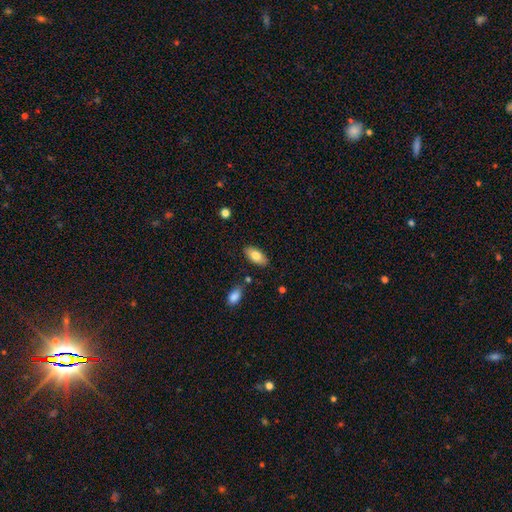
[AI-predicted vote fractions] Q: Smooth or featured?
A: smooth (79%); runner-up: featured or disk (14%)
Q: How rounded?
A: in between (90%); runner-up: cigar-shaped (8%)
Q: Merging?
A: none (84%); runner-up: minor disturbance (11%)